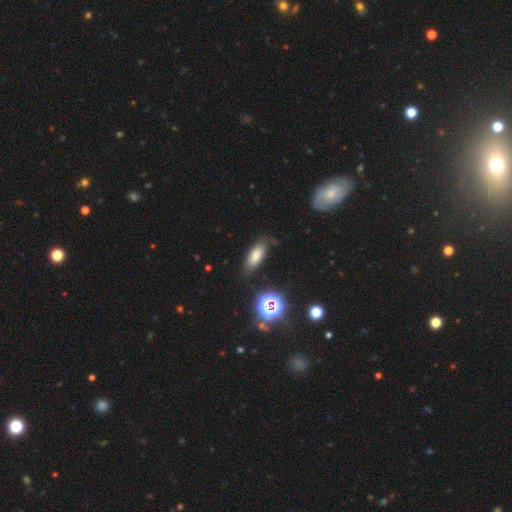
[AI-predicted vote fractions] This is likely a smooth galaxy (73%). How rounded: likely in between (74%). Merging: likely none (70%).